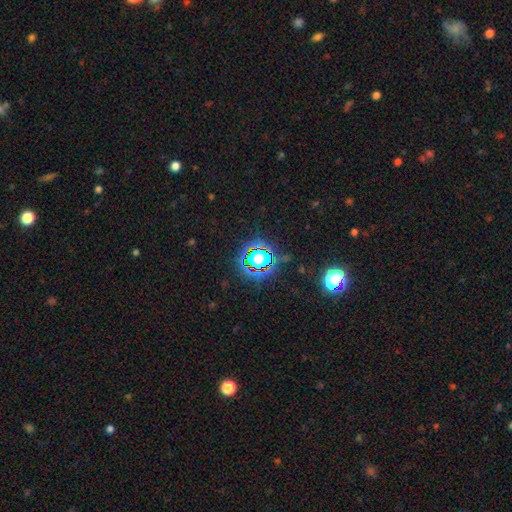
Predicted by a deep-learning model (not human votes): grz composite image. It shows a star or artifact, not a galaxy (66%).